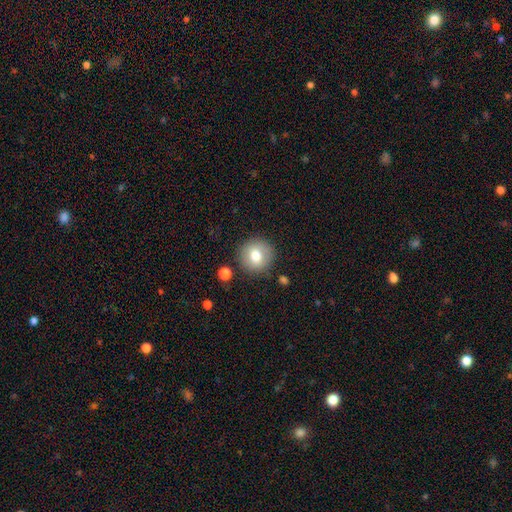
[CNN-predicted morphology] type=smooth (76%); roundness=round (93%); merging=none (87%).